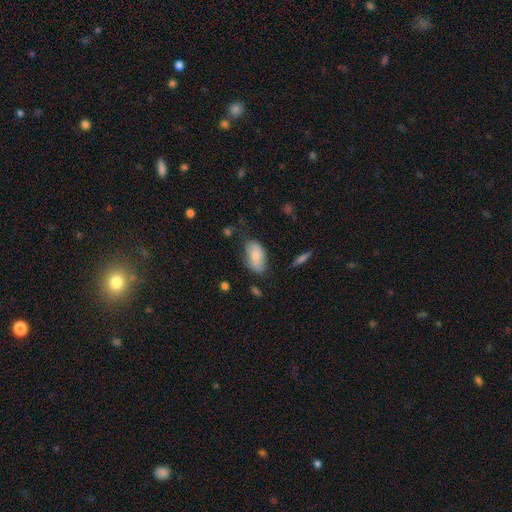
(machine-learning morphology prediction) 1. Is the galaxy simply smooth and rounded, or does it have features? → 78% smooth, 15% featured or disk, 7% star or artifact.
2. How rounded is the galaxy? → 93% in between, 4% round, 3% cigar-shaped.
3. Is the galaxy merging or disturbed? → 64% none, 27% minor disturbance, 7% major disturbance, 3% merger.